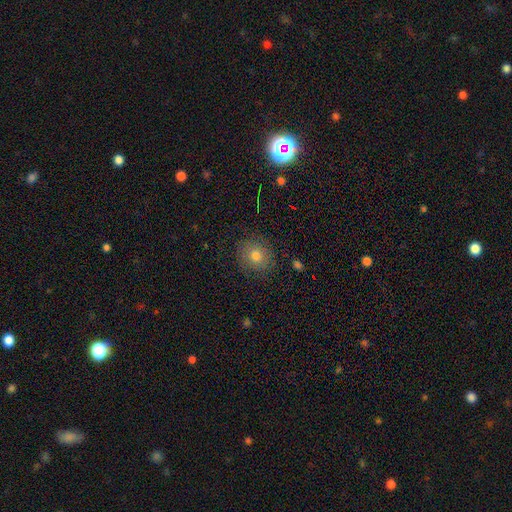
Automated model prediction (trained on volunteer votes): This is likely a smooth galaxy (74%). How rounded: clearly round (81%). Merging: clearly none (86%).